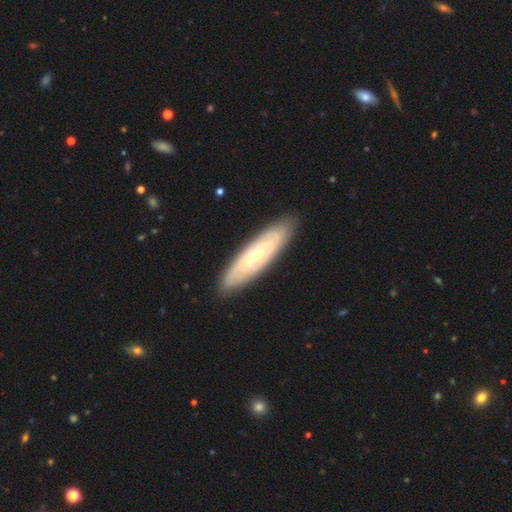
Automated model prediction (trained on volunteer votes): The model was most divided on "smooth or featured": featured or disk: 62%, smooth: 33%, star or artifact: 6%. More confident: merging — none (87%); edge-on disk — no (70%).